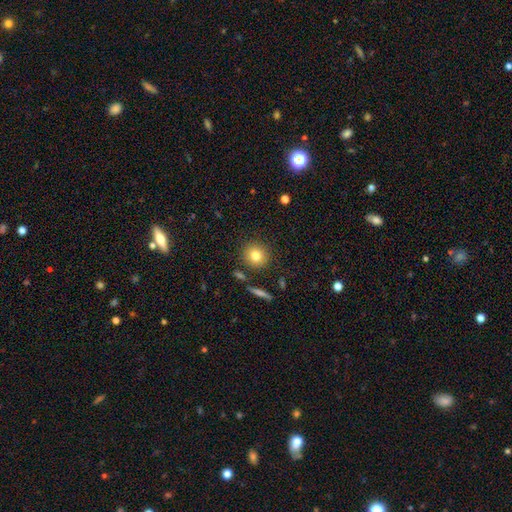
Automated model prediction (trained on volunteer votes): smooth-or-featured: smooth: 79% | star or artifact: 11% | featured or disk: 10%
  how-rounded: round: 89% | in between: 10% | cigar-shaped: 1%
  merging: none: 86% | minor disturbance: 8% | merger: 4% | major disturbance: 3%